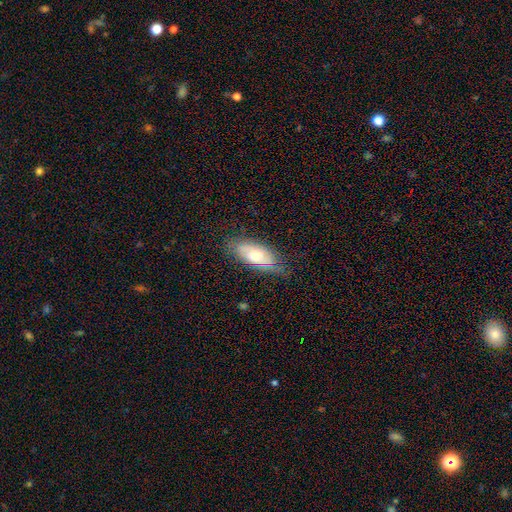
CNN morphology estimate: Overall: smooth (50%; featured or disk 43%). Merging: none (72%).